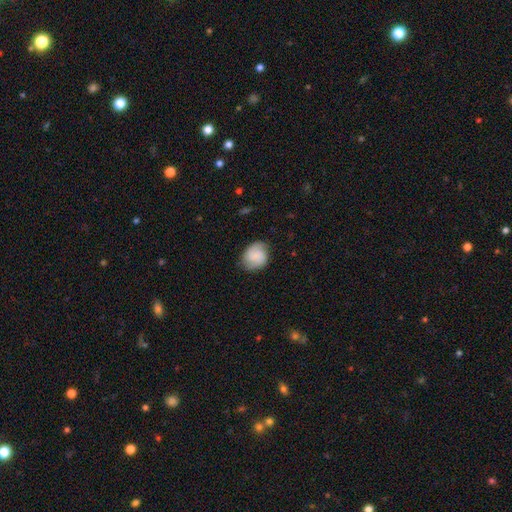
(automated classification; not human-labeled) Smooth or featured? smooth (66%)
How rounded? round (59%)
Merging? none (72%)